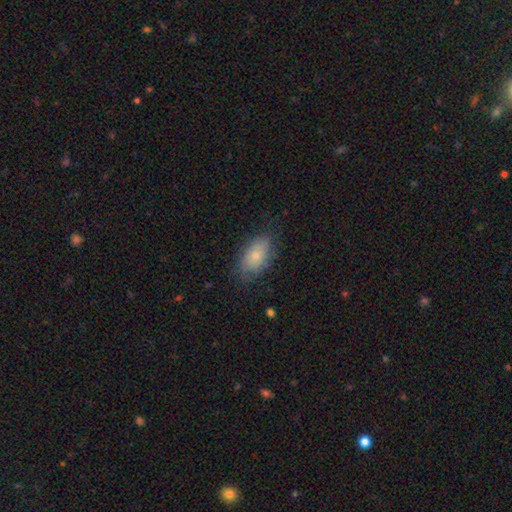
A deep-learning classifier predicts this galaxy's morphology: A smooth galaxy with no disk features (72%) that is in between round and cigar-shaped (91%). Merging: none (72%).